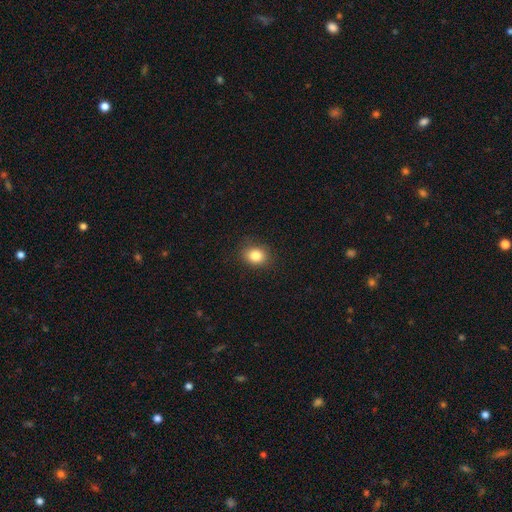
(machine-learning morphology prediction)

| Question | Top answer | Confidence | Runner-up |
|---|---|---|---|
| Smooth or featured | smooth | 84% | star or artifact (10%) |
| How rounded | round | 58% | in between (41%) |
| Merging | none | 87% | minor disturbance (9%) |